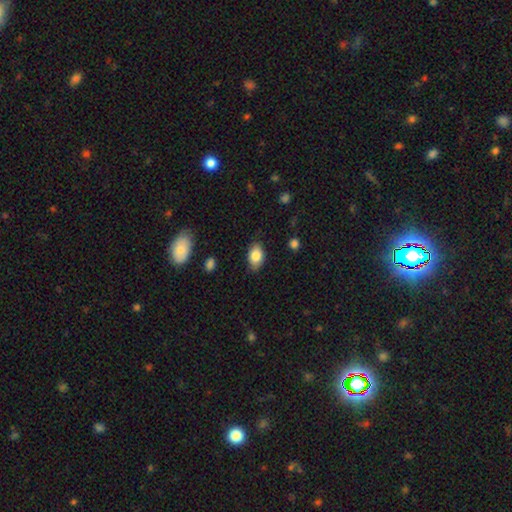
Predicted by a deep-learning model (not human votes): Smooth or featured?
  - smooth: 83% *
  - featured or disk: 9%
  - star or artifact: 7%
How rounded?
  - in between: 89% *
  - round: 9%
  - cigar-shaped: 2%
Merging?
  - none: 82% *
  - minor disturbance: 14%
  - major disturbance: 3%
  - merger: 1%